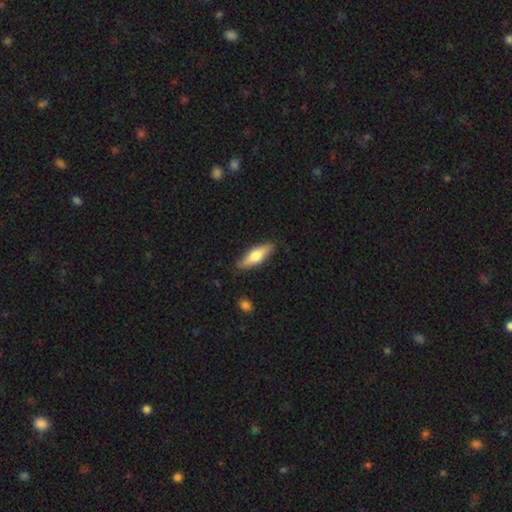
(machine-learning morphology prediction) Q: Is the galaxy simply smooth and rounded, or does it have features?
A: smooth — 54%.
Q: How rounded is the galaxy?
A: cigar-shaped — 54%.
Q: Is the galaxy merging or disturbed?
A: none — 86%.